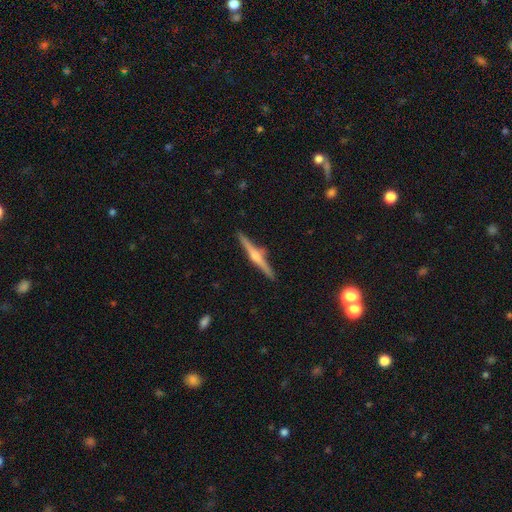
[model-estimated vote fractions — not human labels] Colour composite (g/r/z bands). It shows a featured or disk galaxy (78%) viewed edge-on (98%) with a rounded central bulge (89%). Merging: none (89%).